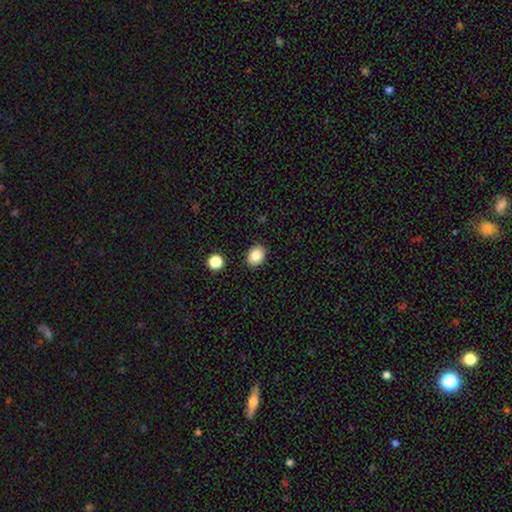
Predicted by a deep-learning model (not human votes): The model was most divided on "how rounded": in between: 61%, round: 38%, cigar-shaped: 1%. More confident: merging — none (89%); smooth or featured — smooth (85%).